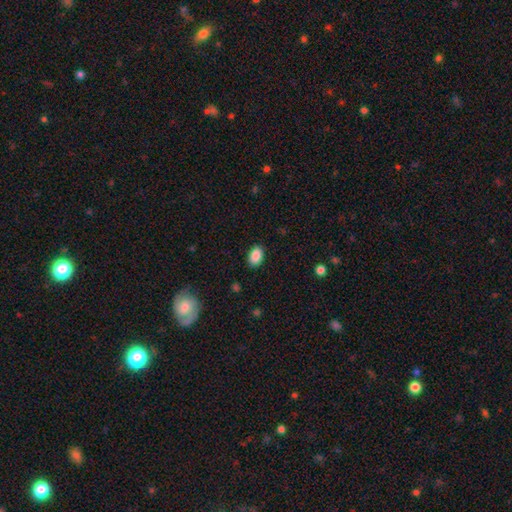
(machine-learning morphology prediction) type=smooth (89%); roundness=in between (89%); merging=none (88%).